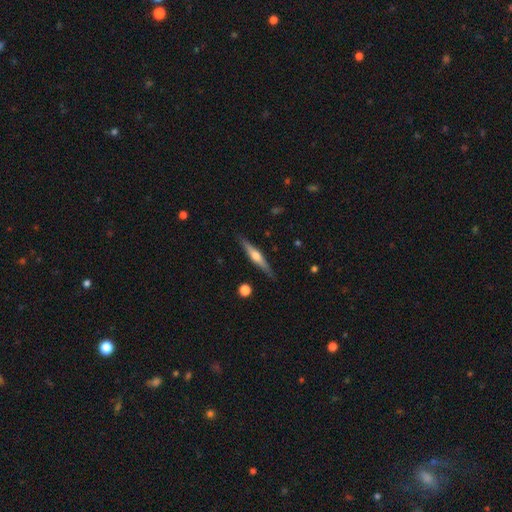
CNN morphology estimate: A featured or disk galaxy (65%) viewed edge-on (97%) with a rounded central bulge (89%).

Vote fractions:
- Smooth or featured? featured or disk: 65% / smooth: 29% / star or artifact: 6%
- Edge-on disk? yes: 97% / no: 3%
- Edge-on bulge? rounded: 89% / boxy: 6% / none: 5%
- Merging? none: 88% / minor disturbance: 9% / major disturbance: 2% / merger: 1%